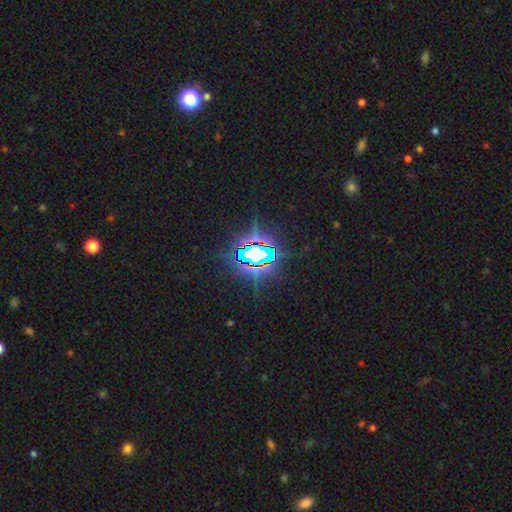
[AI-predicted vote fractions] Q: Smooth or featured?
A: star or artifact (78%); runner-up: smooth (12%)